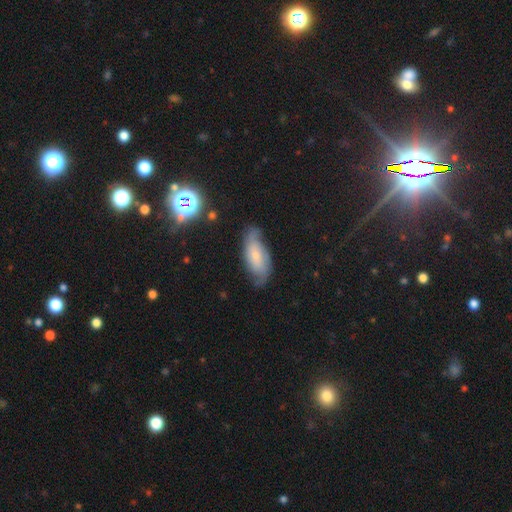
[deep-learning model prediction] featured or disk 57%, smooth 33%, star or artifact 9%. Down the decision tree: edge-on disk — no (87%); merging — none (65%).